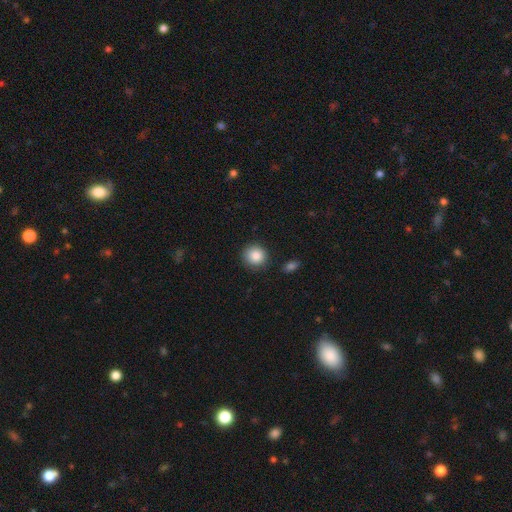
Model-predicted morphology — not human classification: This appears to be a smooth galaxy with no disk features (87%) that is round (90%). Merging: none (87%).